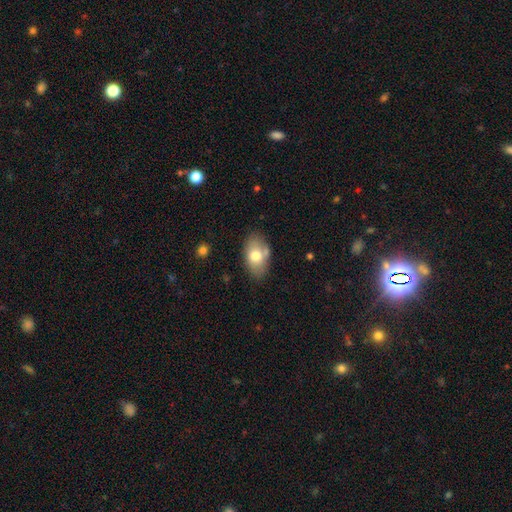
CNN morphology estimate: type=smooth (74%); roundness=in between (91%); merging=none (72%).